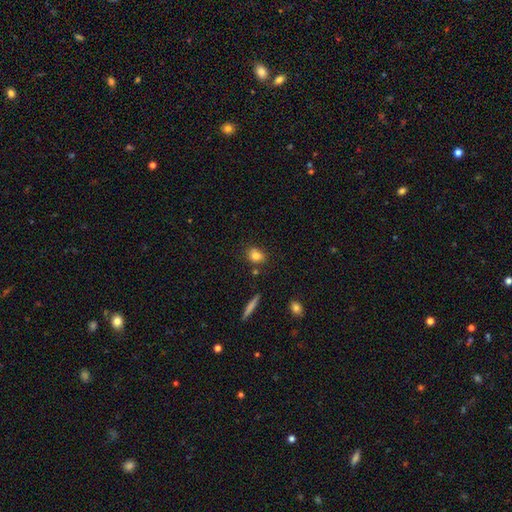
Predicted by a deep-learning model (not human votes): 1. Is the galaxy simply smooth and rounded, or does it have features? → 78% smooth, 11% featured or disk, 11% star or artifact.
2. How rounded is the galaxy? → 54% round, 43% in between, 3% cigar-shaped.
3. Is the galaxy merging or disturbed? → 75% none, 13% minor disturbance, 9% merger, 3% major disturbance.